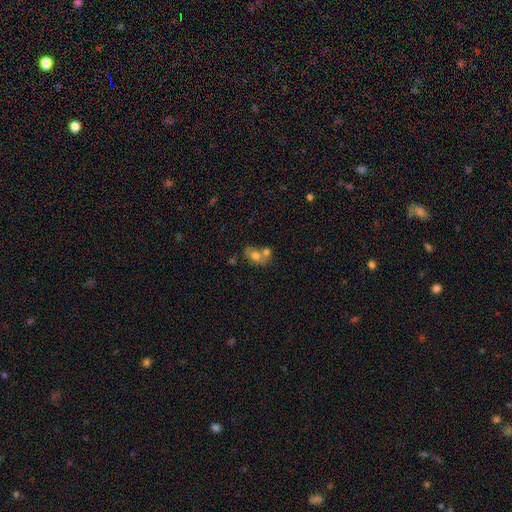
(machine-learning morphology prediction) A smooth galaxy with no disk features (65%) that is in between round and cigar-shaped (77%). Merging: merger (47%).